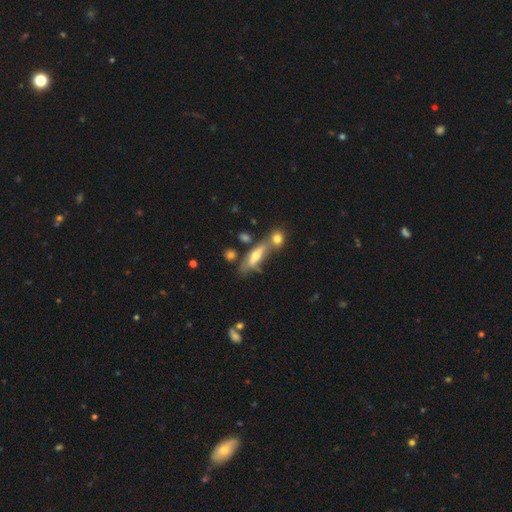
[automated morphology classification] This is possibly a smooth galaxy (47%). Merging: possibly none (47%).